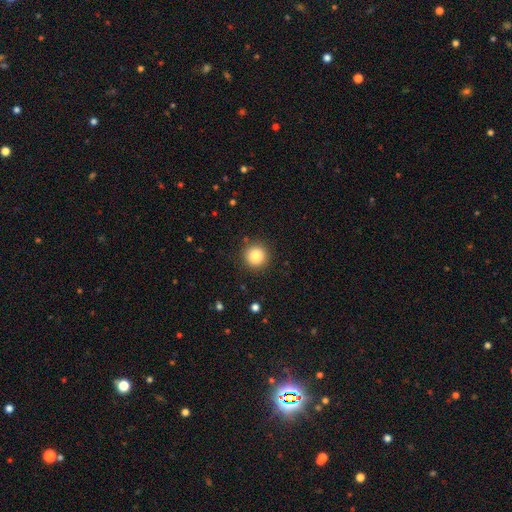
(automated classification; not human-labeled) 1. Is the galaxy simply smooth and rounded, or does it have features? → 84% smooth, 10% star or artifact, 6% featured or disk.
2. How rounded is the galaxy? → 95% round, 4% in between, 1% cigar-shaped.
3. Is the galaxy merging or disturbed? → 90% none, 6% minor disturbance, 2% major disturbance, 1% merger.